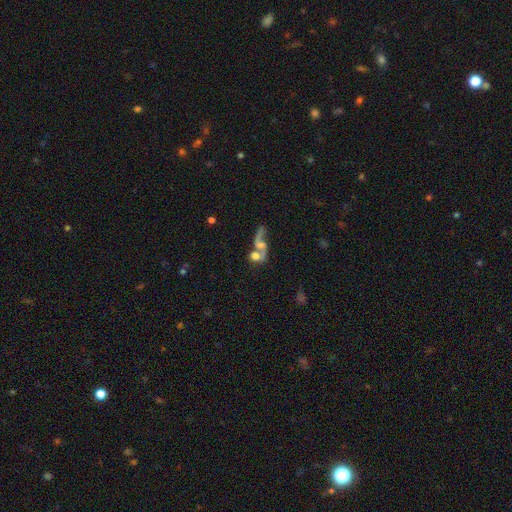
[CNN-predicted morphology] Smooth or featured? featured or disk (46%)
Merging? merger (56%)